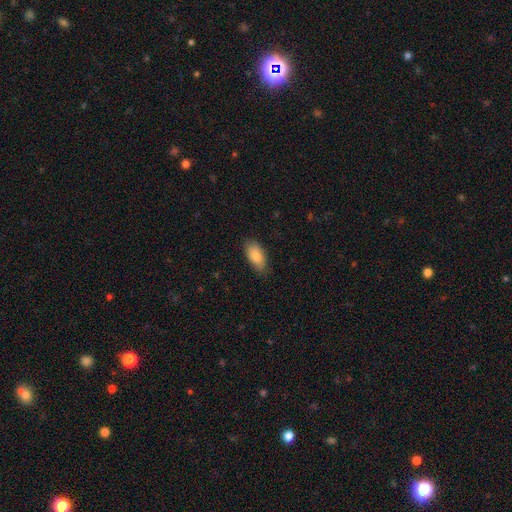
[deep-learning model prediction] A smooth galaxy with no disk features (87%) that is in between round and cigar-shaped (92%).

Vote fractions:
- Smooth or featured? smooth: 87% / featured or disk: 7% / star or artifact: 6%
- How rounded? in between: 92% / cigar-shaped: 6% / round: 3%
- Merging? none: 80% / minor disturbance: 16% / major disturbance: 3% / merger: 1%